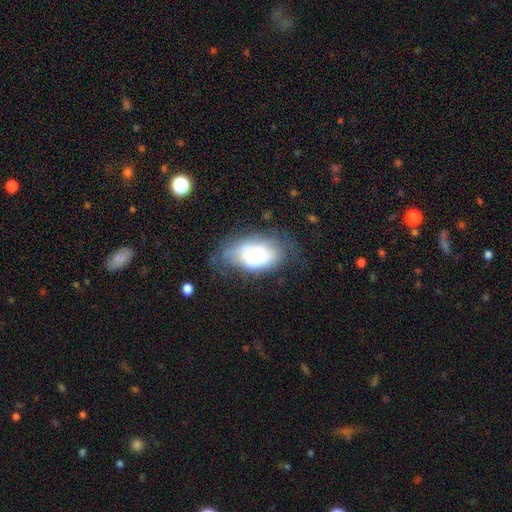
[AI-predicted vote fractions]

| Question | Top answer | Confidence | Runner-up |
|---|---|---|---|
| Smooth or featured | smooth | 57% | featured or disk (34%) |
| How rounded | in between | 90% | round (9%) |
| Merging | none | 43% | minor disturbance (32%) |